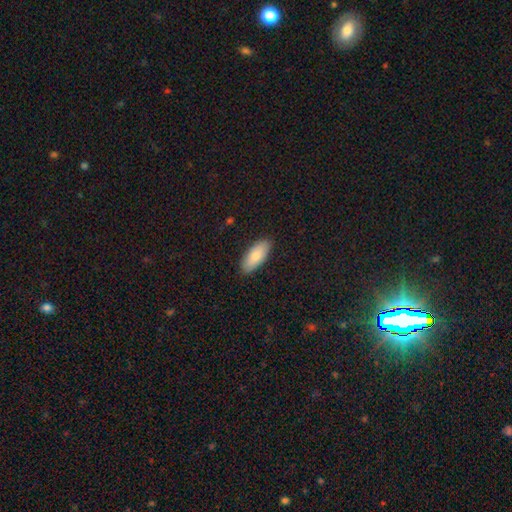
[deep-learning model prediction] Smooth or featured?
  - smooth: 83% *
  - featured or disk: 11%
  - star or artifact: 6%
How rounded?
  - in between: 82% *
  - cigar-shaped: 17%
  - round: 2%
Merging?
  - none: 88% *
  - minor disturbance: 9%
  - major disturbance: 2%
  - merger: 1%